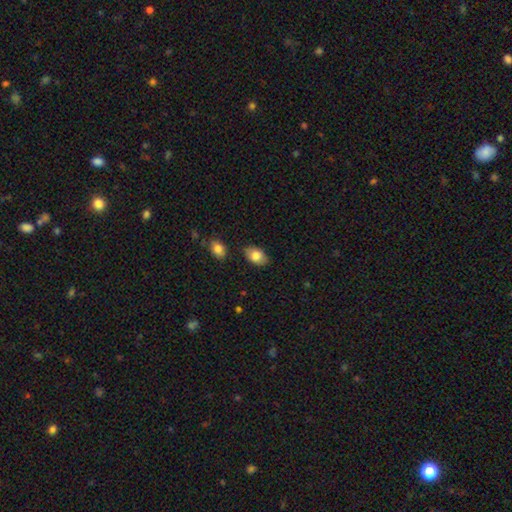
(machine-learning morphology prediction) A smooth galaxy with no disk features (81%) that is in between round and cigar-shaped (89%).

Vote fractions:
- Smooth or featured? smooth: 81% / featured or disk: 12% / star or artifact: 7%
- How rounded? in between: 89% / round: 10% / cigar-shaped: 1%
- Merging? none: 83% / minor disturbance: 12% / merger: 3% / major disturbance: 2%